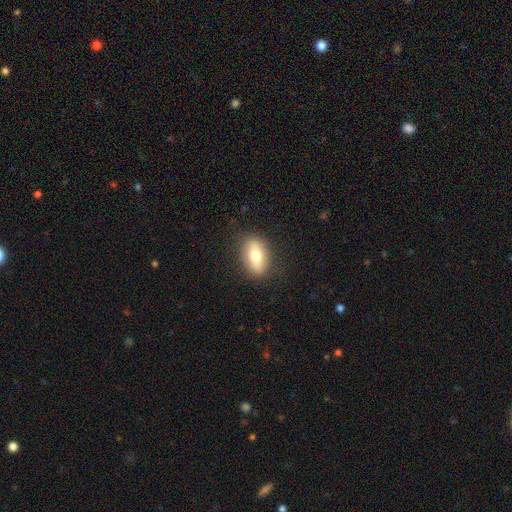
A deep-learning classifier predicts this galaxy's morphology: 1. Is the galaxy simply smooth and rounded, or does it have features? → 66% smooth, 27% featured or disk, 7% star or artifact.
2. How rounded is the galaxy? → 82% in between, 12% round, 6% cigar-shaped.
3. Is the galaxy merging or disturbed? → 85% none, 11% minor disturbance, 3% major disturbance, 1% merger.